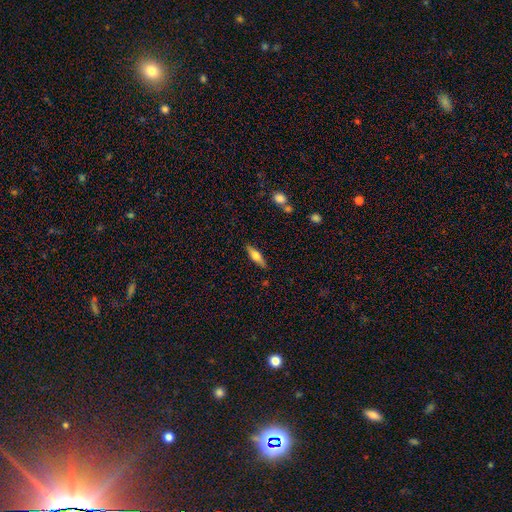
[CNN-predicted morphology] Smooth or featured: featured or disk — 51% (smooth — 43%)
Edge-on disk: yes — 93% (no — 7%)
Merging: none — 87% (minor disturbance — 9%)